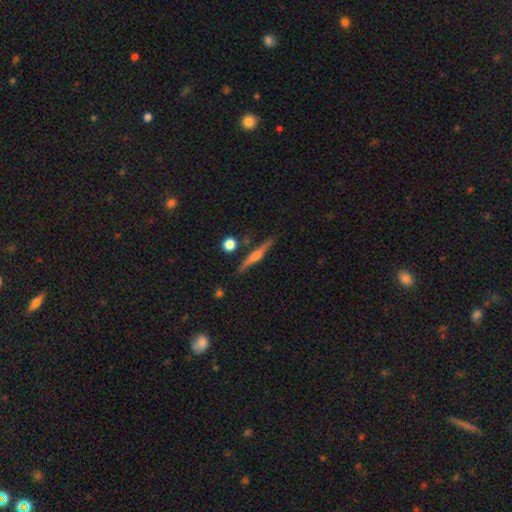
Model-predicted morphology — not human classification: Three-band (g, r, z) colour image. It shows a featured or disk galaxy (72%) viewed edge-on (98%) with a rounded central bulge (85%). Merging: none (87%).